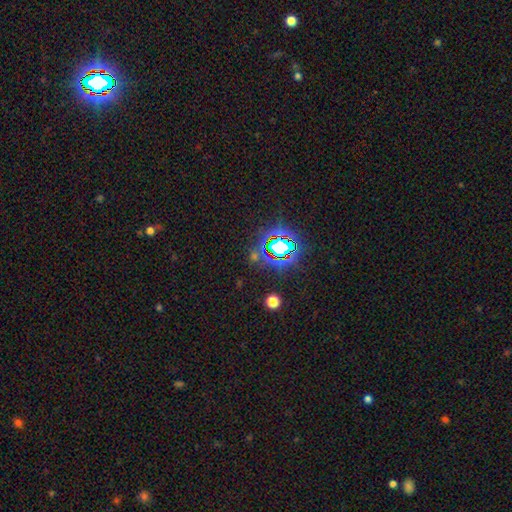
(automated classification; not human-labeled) Q: Smooth or featured?
A: star or artifact (73%); runner-up: smooth (18%)